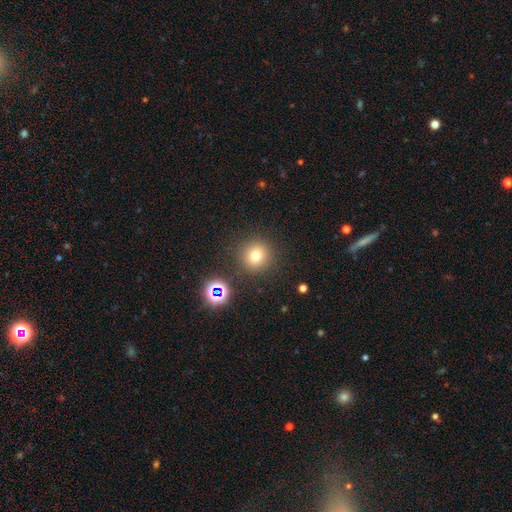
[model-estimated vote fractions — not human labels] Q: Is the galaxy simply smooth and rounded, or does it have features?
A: smooth — 73%.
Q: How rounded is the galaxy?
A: round — 94%.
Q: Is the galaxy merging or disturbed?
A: none — 88%.